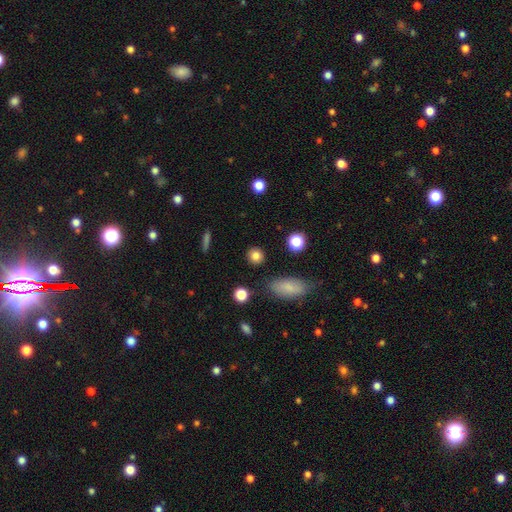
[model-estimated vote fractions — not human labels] A smooth galaxy with no disk features (82%) that is round (85%).

Vote fractions:
- Smooth or featured? smooth: 82% / star or artifact: 11% / featured or disk: 6%
- How rounded? round: 85% / in between: 13% / cigar-shaped: 2%
- Merging? none: 88% / minor disturbance: 7% / merger: 3% / major disturbance: 2%